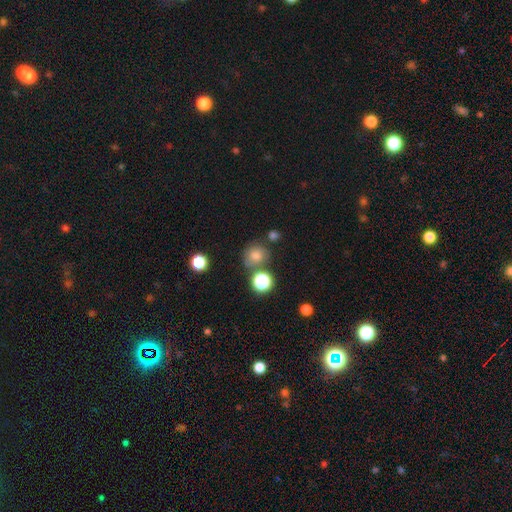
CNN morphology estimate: Smooth or featured? smooth (74%)
How rounded? round (83%)
Merging? none (67%)